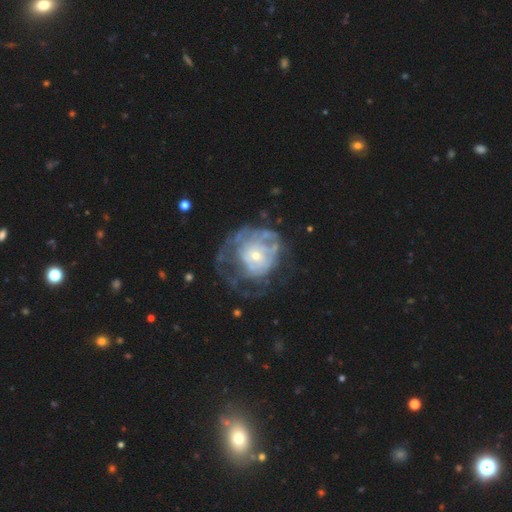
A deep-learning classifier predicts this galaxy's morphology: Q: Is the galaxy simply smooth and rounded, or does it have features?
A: featured or disk — 72%.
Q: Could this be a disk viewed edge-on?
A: no — 97%.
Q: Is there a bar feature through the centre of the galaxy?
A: no — 84%.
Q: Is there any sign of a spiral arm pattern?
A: yes — 53%.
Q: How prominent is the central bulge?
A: small — 64%.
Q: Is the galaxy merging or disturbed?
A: major disturbance — 40%.